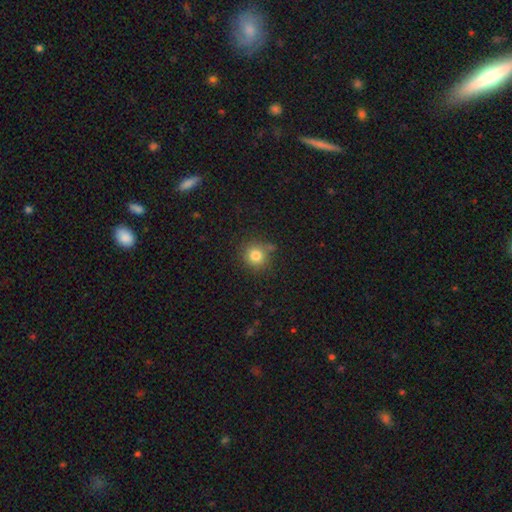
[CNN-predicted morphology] smooth 82%, star or artifact 12%, featured or disk 6%. Down the decision tree: how rounded — round (91%); merging — none (78%).